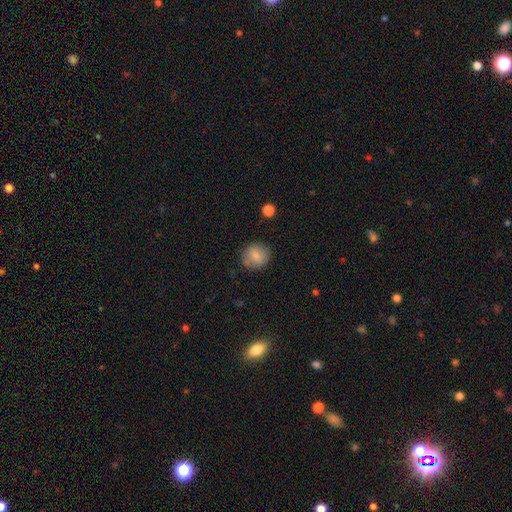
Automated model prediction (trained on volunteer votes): Smooth or featured? smooth (80%)
How rounded? round (82%)
Merging? none (79%)